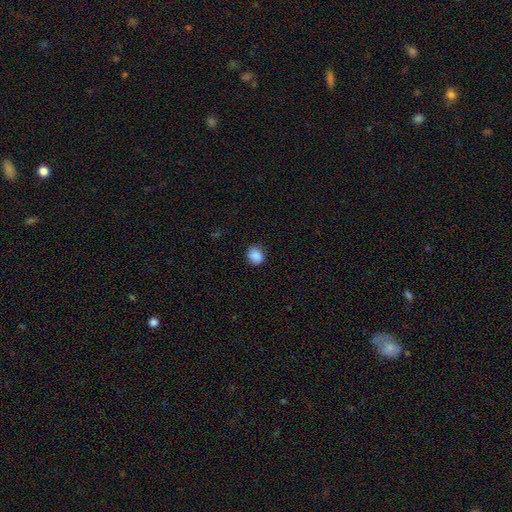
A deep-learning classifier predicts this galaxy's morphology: smooth_or_featured: smooth (p=0.87) [alt: star or artifact p=0.09]
how_rounded: round (p=0.70) [alt: in between p=0.29]
merging: none (p=0.83) [alt: minor disturbance p=0.13]